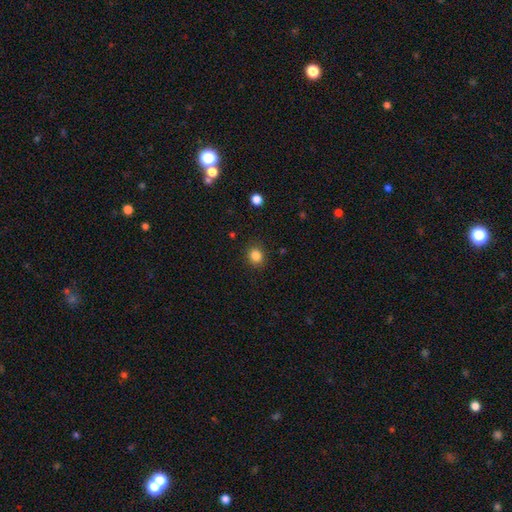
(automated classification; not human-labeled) Morphology: type=smooth (84%); roundness=round (76%); merging=none (89%).